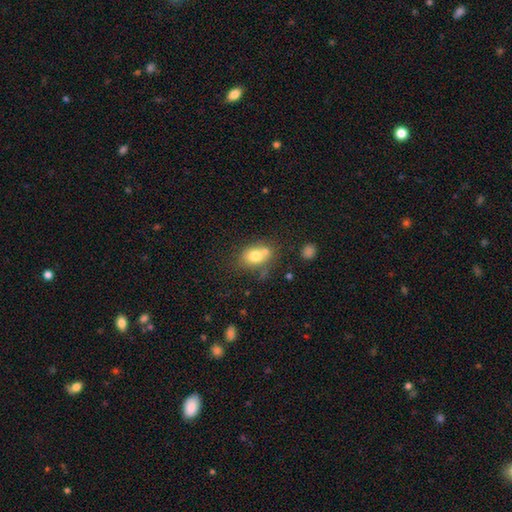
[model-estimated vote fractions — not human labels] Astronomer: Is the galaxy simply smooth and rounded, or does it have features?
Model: smooth — 74%.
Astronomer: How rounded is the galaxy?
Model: in between — 62%.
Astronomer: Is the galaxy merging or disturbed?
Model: none — 45% (runner-up: merger, 33%).